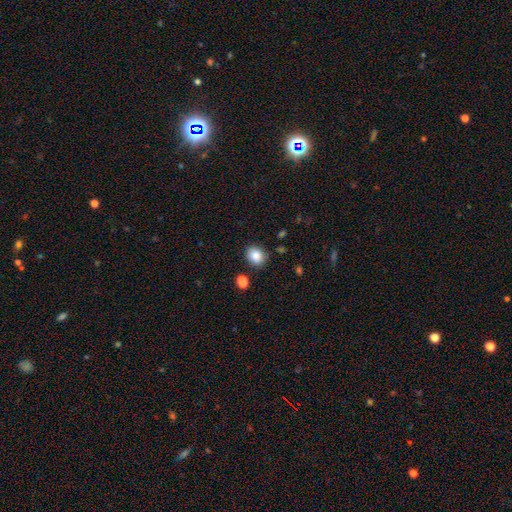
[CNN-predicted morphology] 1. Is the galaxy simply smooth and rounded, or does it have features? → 86% smooth, 9% star or artifact, 5% featured or disk.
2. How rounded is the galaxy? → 56% round, 43% in between, 1% cigar-shaped.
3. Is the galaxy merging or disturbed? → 84% none, 10% minor disturbance, 3% merger, 3% major disturbance.